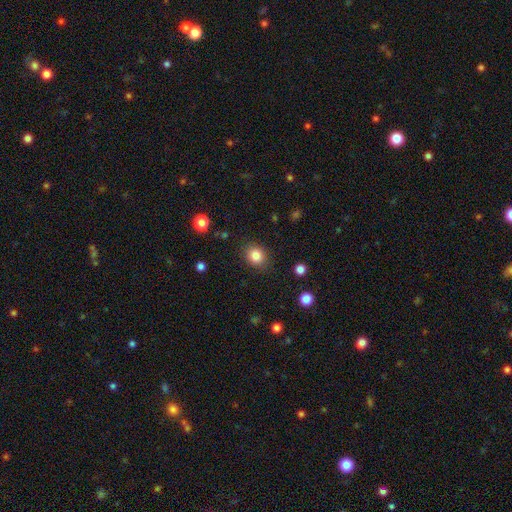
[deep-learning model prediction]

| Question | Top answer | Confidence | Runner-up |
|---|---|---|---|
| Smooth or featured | smooth | 84% | star or artifact (10%) |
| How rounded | round | 68% | in between (31%) |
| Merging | none | 86% | minor disturbance (9%) |